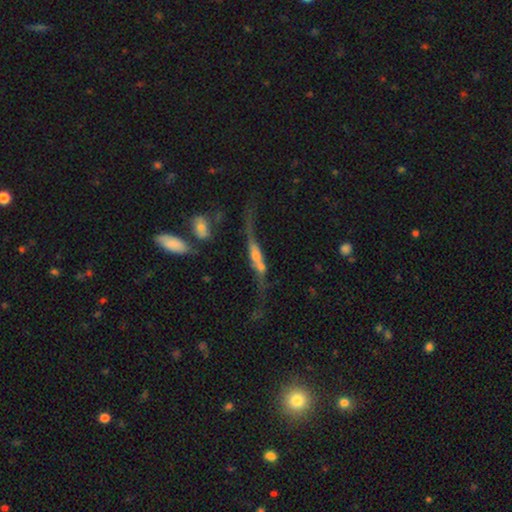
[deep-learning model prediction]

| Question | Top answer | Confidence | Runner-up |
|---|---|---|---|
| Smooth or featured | featured or disk | 71% | smooth (21%) |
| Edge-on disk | yes | 73% | no (27%) |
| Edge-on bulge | rounded | 67% | boxy (22%) |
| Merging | none | 36% | merger (24%) |